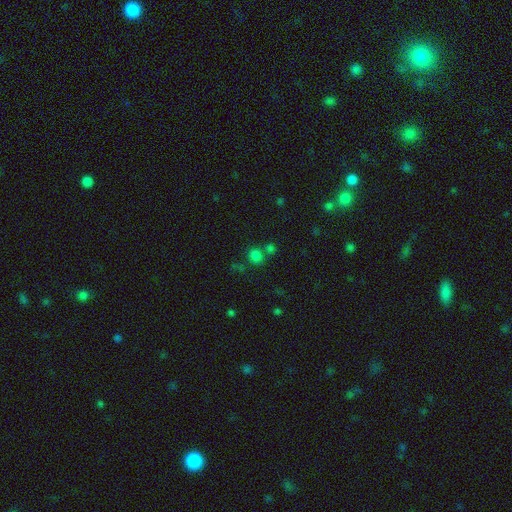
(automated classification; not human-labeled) smooth 75%, star or artifact 20%, featured or disk 5%. Down the decision tree: how rounded — round (84%); merging — none (64%).